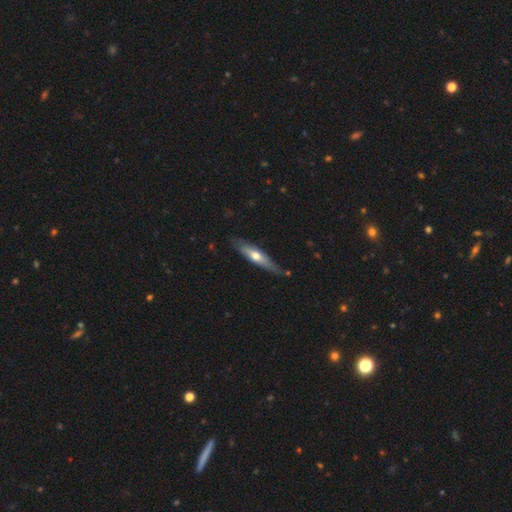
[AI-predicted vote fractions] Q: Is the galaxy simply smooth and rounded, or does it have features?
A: featured or disk — 48%.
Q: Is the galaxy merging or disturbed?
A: none — 76%.